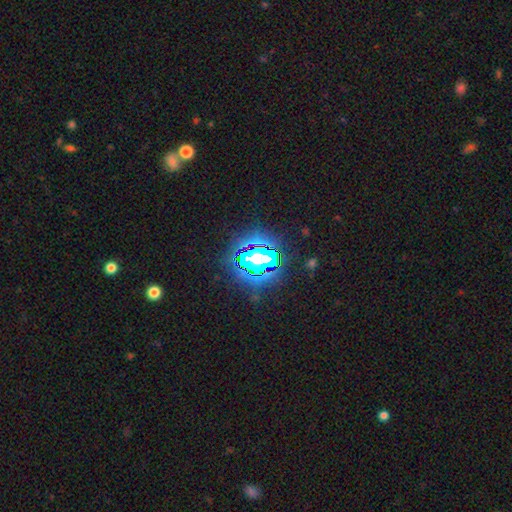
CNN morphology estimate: A star or artifact, not a galaxy (79%).

Vote fractions:
- Smooth or featured? star or artifact: 79% / smooth: 13% / featured or disk: 8%